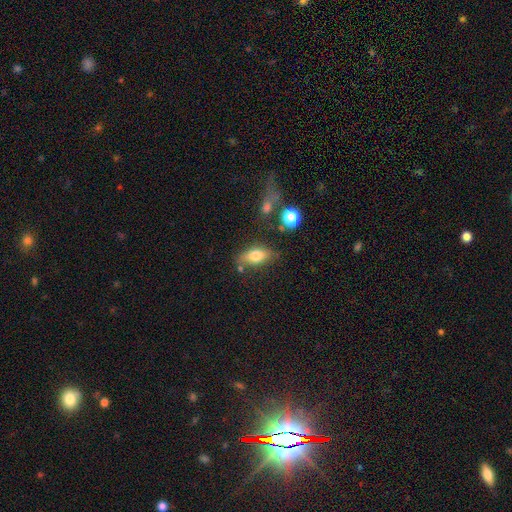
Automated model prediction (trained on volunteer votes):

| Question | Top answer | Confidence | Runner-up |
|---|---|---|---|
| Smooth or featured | smooth | 73% | featured or disk (19%) |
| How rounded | in between | 81% | cigar-shaped (14%) |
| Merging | none | 70% | minor disturbance (17%) |